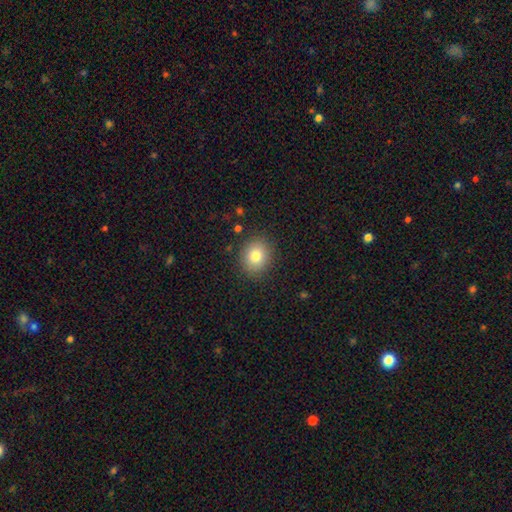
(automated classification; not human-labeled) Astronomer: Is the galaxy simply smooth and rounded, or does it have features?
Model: smooth — 81%.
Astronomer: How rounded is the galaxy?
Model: round — 70%.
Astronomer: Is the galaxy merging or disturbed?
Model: none — 87%.